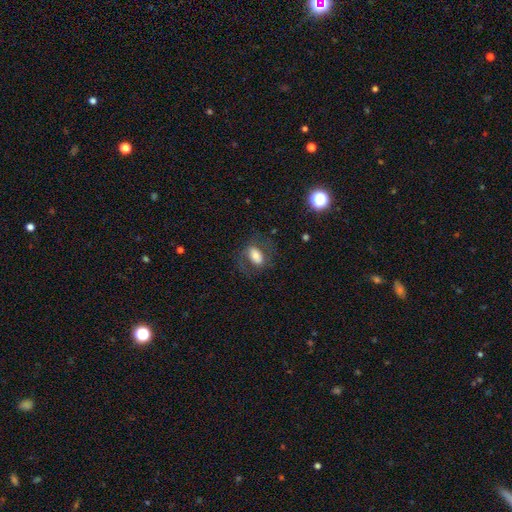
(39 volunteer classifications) A smooth galaxy with no disk features (64%) that is in between round and cigar-shaped (96%). Merging: none (59%).